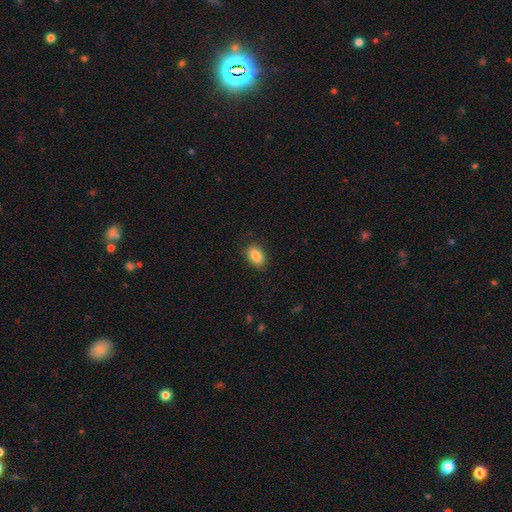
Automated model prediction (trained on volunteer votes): This appears to be a smooth galaxy with no disk features (85%) that is in between round and cigar-shaped (85%). Merging: none (87%).